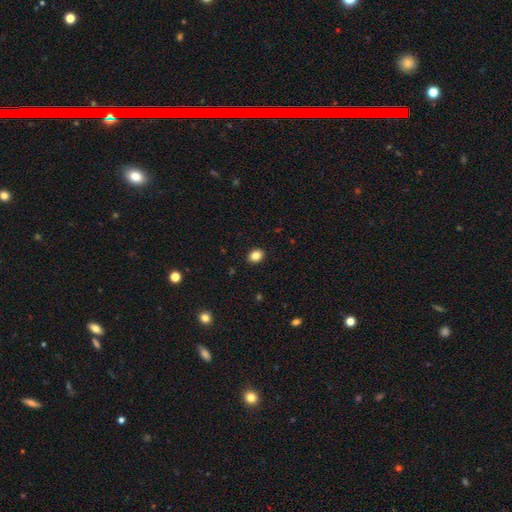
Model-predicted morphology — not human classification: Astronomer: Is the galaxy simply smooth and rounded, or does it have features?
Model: smooth — 85%.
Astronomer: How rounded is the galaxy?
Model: round — 50% (runner-up: in between, 49%).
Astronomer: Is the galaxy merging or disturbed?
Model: none — 91%.